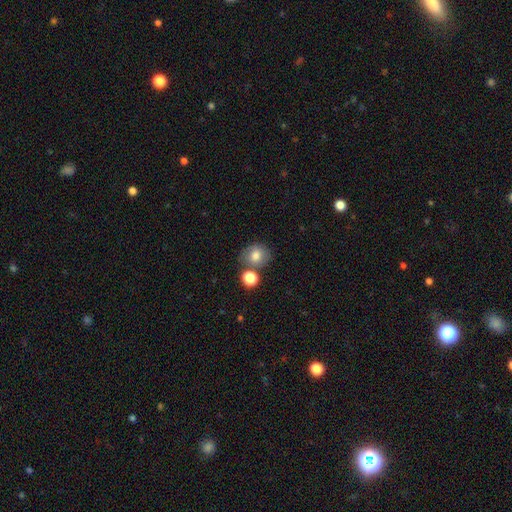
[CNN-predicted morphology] A smooth galaxy with no disk features (76%) that is round (75%).

Vote fractions:
- Smooth or featured? smooth: 76% / featured or disk: 13% / star or artifact: 11%
- How rounded? round: 75% / in between: 25% / cigar-shaped: 1%
- Merging? none: 64% / merger: 19% / minor disturbance: 13% / major disturbance: 5%